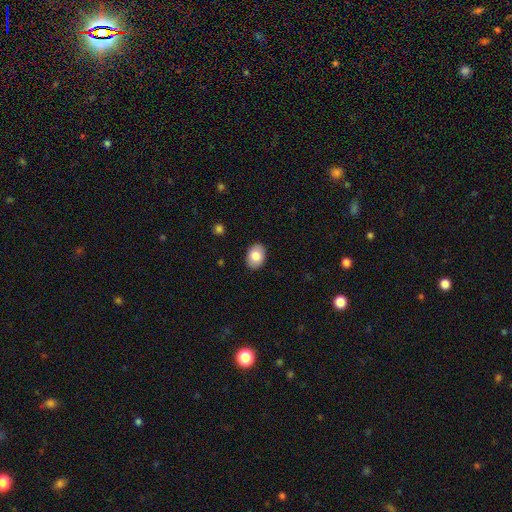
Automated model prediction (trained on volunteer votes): smooth-or-featured: smooth: 81% | featured or disk: 12% | star or artifact: 7%
  how-rounded: in between: 79% | round: 20% | cigar-shaped: 1%
  merging: none: 89% | minor disturbance: 8% | major disturbance: 2% | merger: 1%